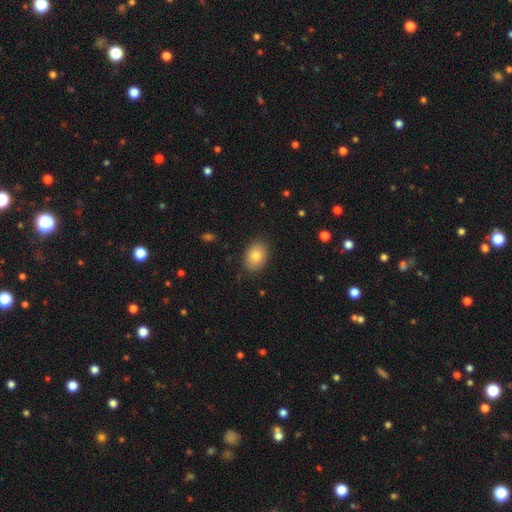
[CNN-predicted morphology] Overall: smooth (81%). How rounded: in between (76%). Merging: none (86%).